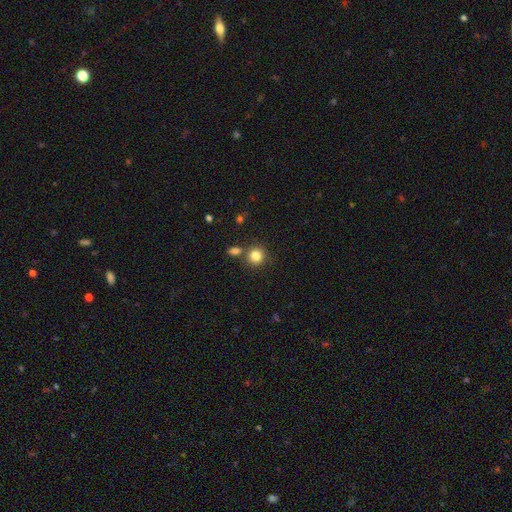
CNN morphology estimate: Overall: smooth (83%). How rounded: round (89%). Merging: none (75%).